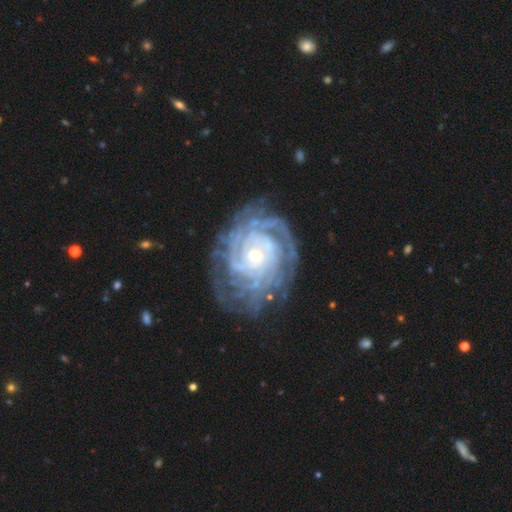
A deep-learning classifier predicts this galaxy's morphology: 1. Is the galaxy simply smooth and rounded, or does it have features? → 90% featured or disk, 5% star or artifact, 5% smooth.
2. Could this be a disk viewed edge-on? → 97% no, 3% yes.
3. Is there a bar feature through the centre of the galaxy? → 72% no, 21% weak, 8% strong.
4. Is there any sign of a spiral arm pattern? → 97% yes, 3% no.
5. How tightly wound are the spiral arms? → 80% tight, 17% medium, 3% loose.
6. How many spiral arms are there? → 26% can't tell, 24% more than 4, 20% 4, 12% 3, 10% 2, 7% 1.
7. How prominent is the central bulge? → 70% small, 25% moderate, 2% large, 1% none, 1% dominant.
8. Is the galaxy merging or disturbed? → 74% none, 16% minor disturbance, 8% major disturbance, 2% merger.